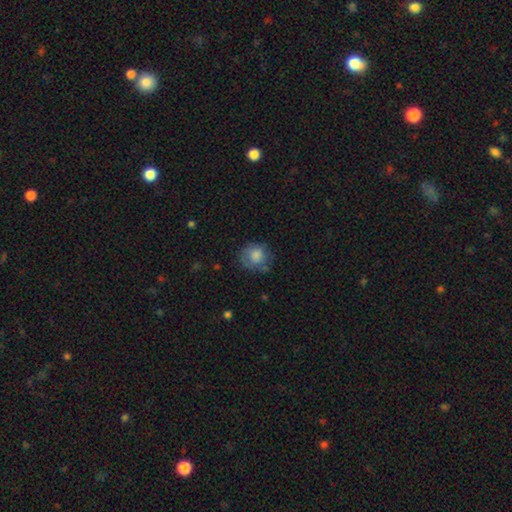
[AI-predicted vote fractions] Q: Smooth or featured?
A: smooth (78%); runner-up: featured or disk (13%)
Q: How rounded?
A: round (84%); runner-up: in between (15%)
Q: Merging?
A: none (63%); runner-up: minor disturbance (24%)